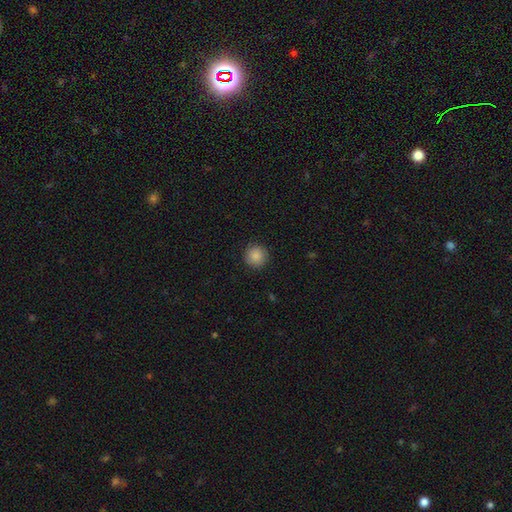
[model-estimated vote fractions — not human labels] Morphology: type=smooth (88%); roundness=round (95%); merging=none (92%).